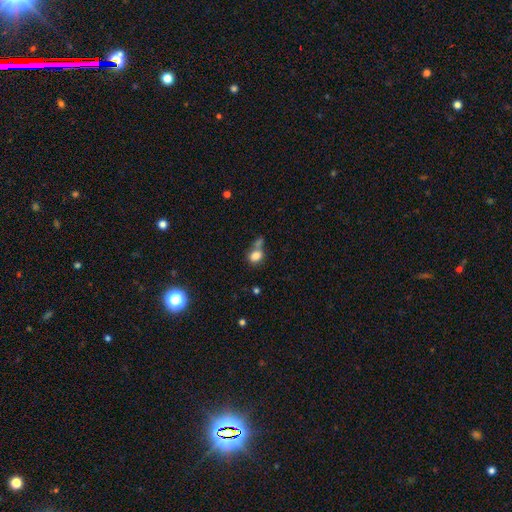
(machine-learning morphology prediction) Smooth or featured?
  - smooth: 81% *
  - star or artifact: 10%
  - featured or disk: 8%
How rounded?
  - round: 50% *
  - in between: 48%
  - cigar-shaped: 1%
Merging?
  - none: 41% *
  - merger: 38%
  - minor disturbance: 14%
  - major disturbance: 7%